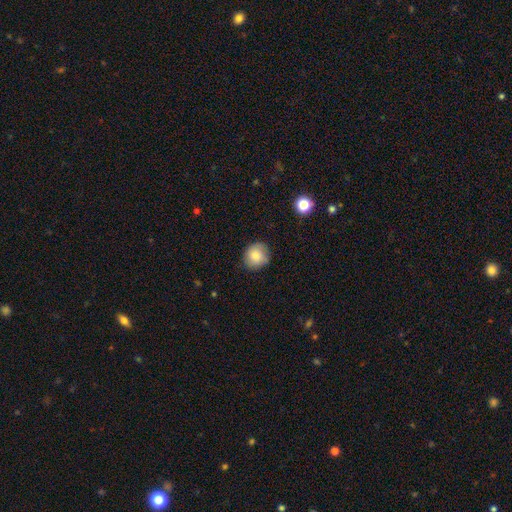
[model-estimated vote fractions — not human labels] Smooth or featured: smooth — 82% (featured or disk — 10%)
How rounded: round — 85% (in between — 15%)
Merging: none — 78% (minor disturbance — 17%)